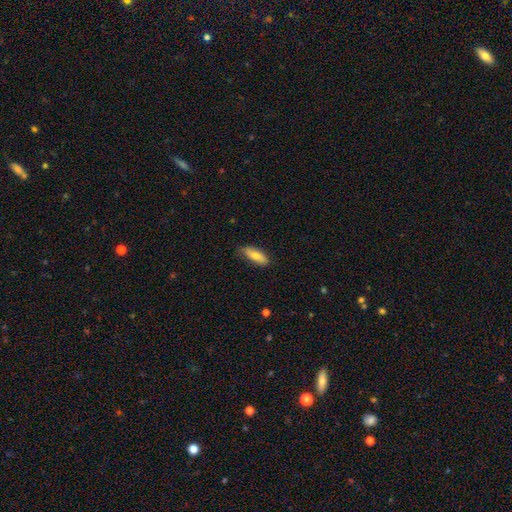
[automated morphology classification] Smooth or featured? smooth (75%)
How rounded? in between (71%)
Merging? none (76%)